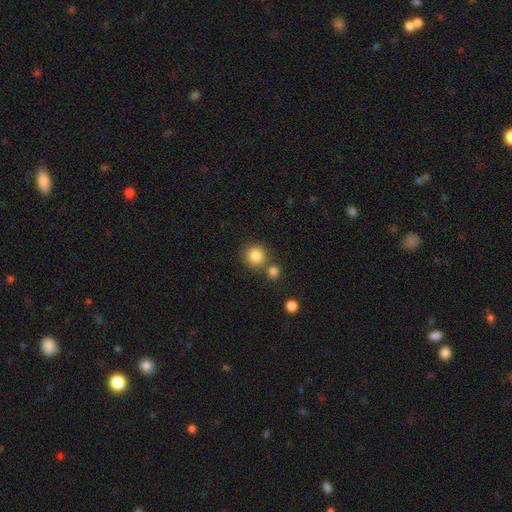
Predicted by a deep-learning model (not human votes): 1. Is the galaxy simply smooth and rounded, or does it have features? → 85% smooth, 10% star or artifact, 6% featured or disk.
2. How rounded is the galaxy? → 91% round, 8% in between, 1% cigar-shaped.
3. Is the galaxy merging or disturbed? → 68% none, 19% merger, 10% minor disturbance, 3% major disturbance.